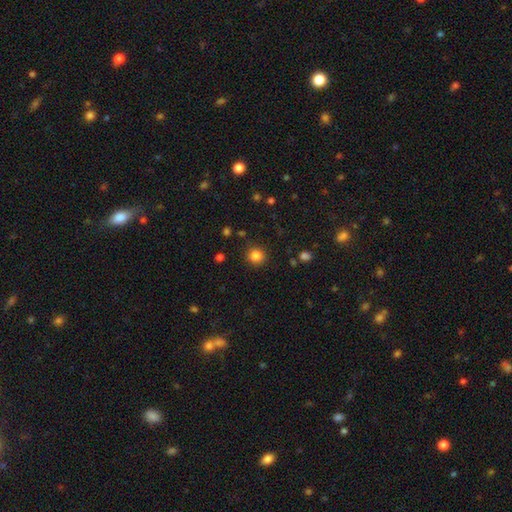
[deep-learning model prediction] Smooth or featured? Predicted: smooth (p=0.84). How rounded? Predicted: round (p=0.91). Merging? Predicted: none (p=0.89).